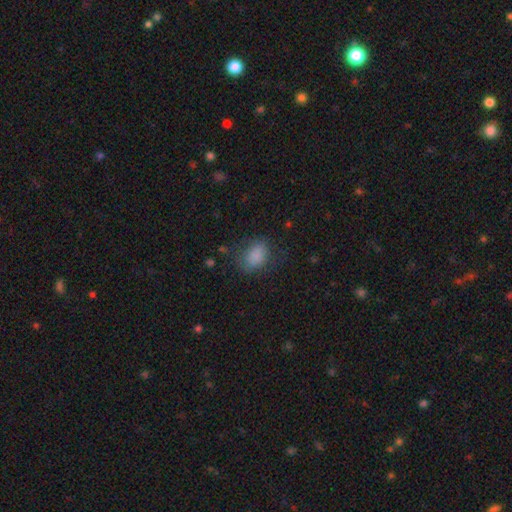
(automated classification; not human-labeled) smooth 83%, star or artifact 9%, featured or disk 7%. Down the decision tree: how rounded — in between (78%); merging — none (68%).